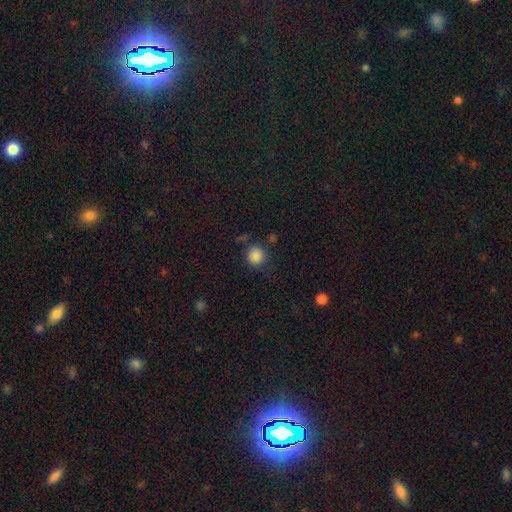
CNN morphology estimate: smooth-or-featured: smooth: 86% | star or artifact: 11% | featured or disk: 3%
  how-rounded: round: 90% | in between: 9% | cigar-shaped: 1%
  merging: none: 78% | minor disturbance: 13% | major disturbance: 5% | merger: 4%